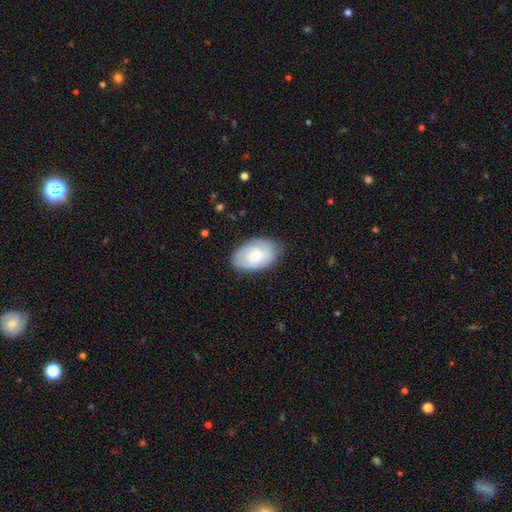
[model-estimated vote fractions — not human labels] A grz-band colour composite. It shows a smooth galaxy with no disk features (56%) that is in between round and cigar-shaped (90%). Merging: none (78%).